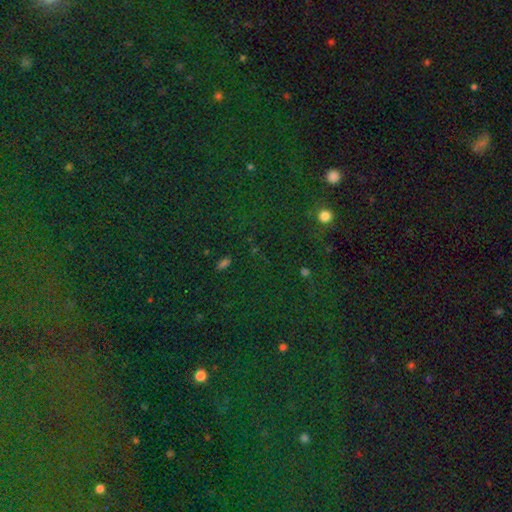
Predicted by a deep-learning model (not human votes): Overall: star or artifact (80%).